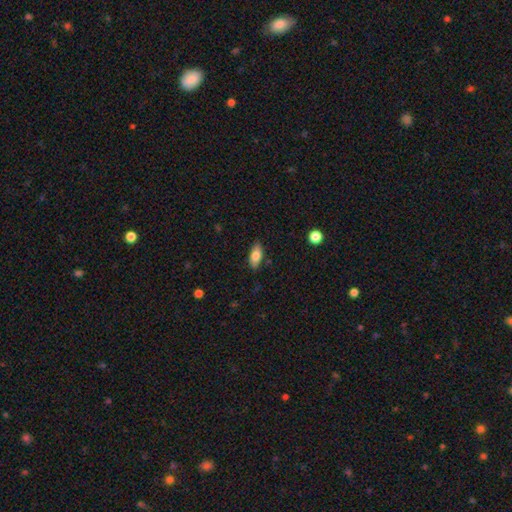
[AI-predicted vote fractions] Smooth or featured?
  - smooth: 79% *
  - featured or disk: 14%
  - star or artifact: 7%
How rounded?
  - in between: 85% *
  - cigar-shaped: 12%
  - round: 3%
Merging?
  - none: 85% *
  - minor disturbance: 11%
  - major disturbance: 2%
  - merger: 1%